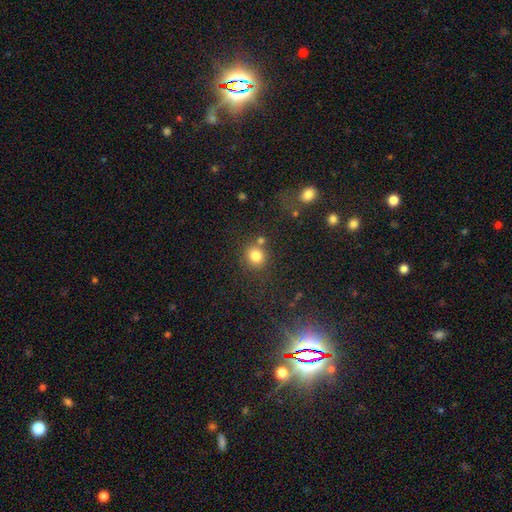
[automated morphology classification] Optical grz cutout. It shows a smooth galaxy with no disk features (81%) that is round (83%). Merging: none (69%).